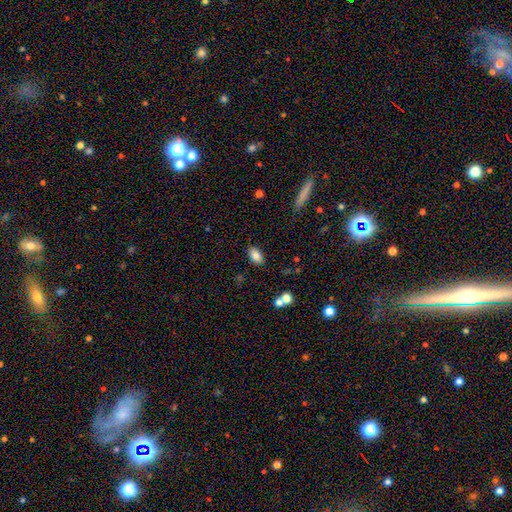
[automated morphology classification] type=smooth (83%); roundness=in between (92%); merging=none (85%).